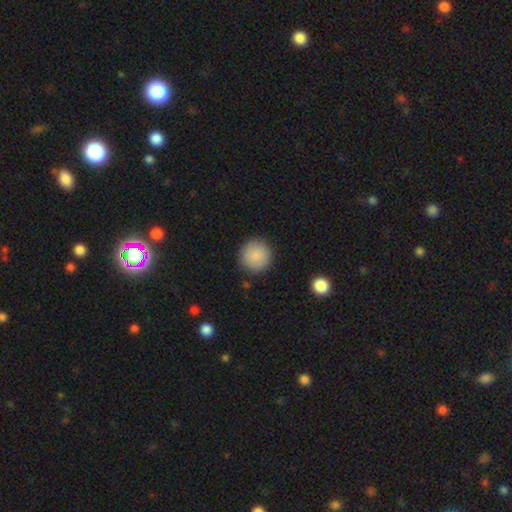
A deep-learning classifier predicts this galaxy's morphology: smooth 88%, star or artifact 7%, featured or disk 5%. Down the decision tree: how rounded — round (94%); merging — none (90%).